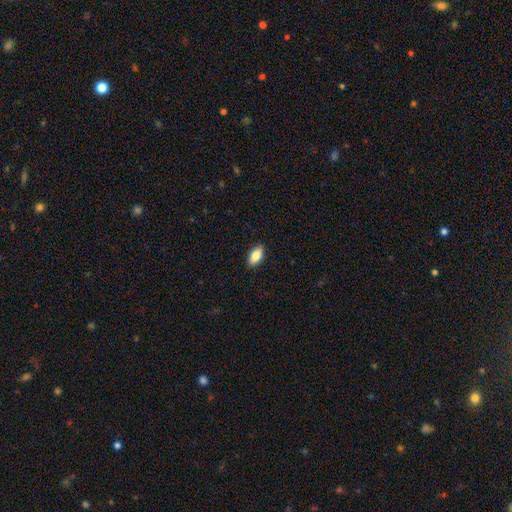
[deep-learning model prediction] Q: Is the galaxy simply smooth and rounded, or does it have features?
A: smooth — 83%.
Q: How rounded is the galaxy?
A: in between — 90%.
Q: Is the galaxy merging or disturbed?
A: none — 89%.